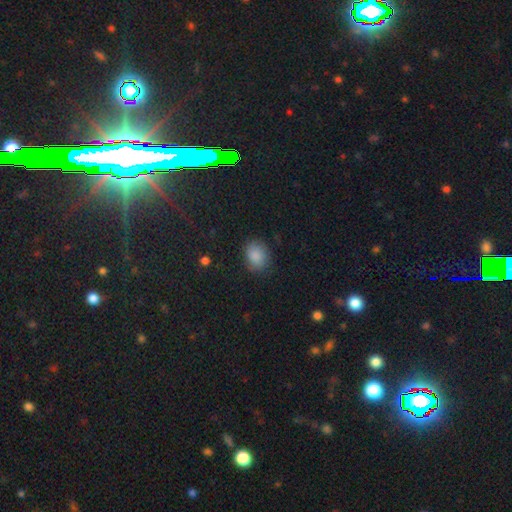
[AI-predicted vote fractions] This appears to be a smooth galaxy with no disk features (86%) that is round (50%). Merging: none (79%).